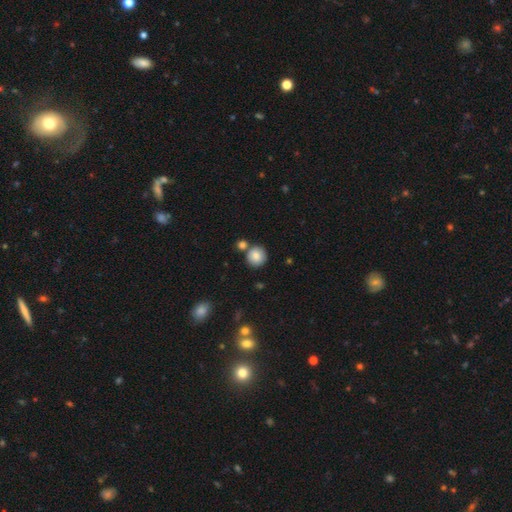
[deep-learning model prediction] This is clearly a smooth galaxy (84%). How rounded: clearly round (91%). Merging: likely none (71%).